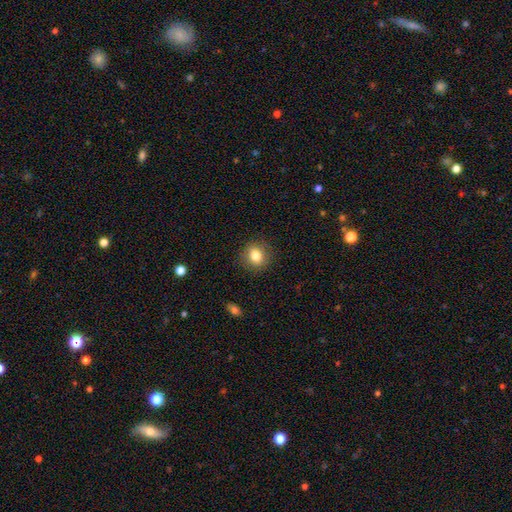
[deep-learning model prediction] This is clearly a smooth galaxy (81%). How rounded: likely round (74%). Merging: clearly none (88%).